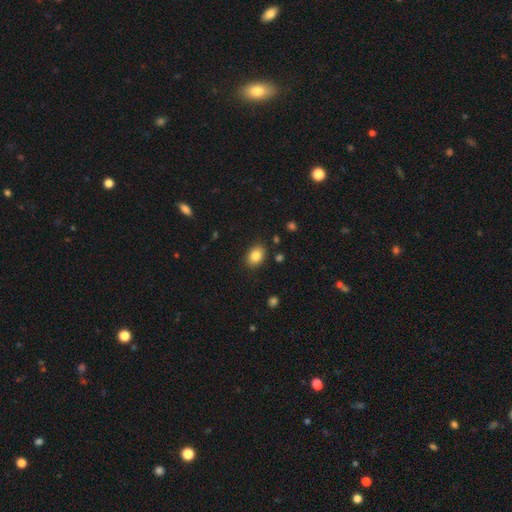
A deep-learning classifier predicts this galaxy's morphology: smooth-or-featured: smooth: 85% | star or artifact: 9% | featured or disk: 7%
  how-rounded: in between: 73% | round: 26% | cigar-shaped: 1%
  merging: none: 86% | minor disturbance: 10% | major disturbance: 2% | merger: 2%